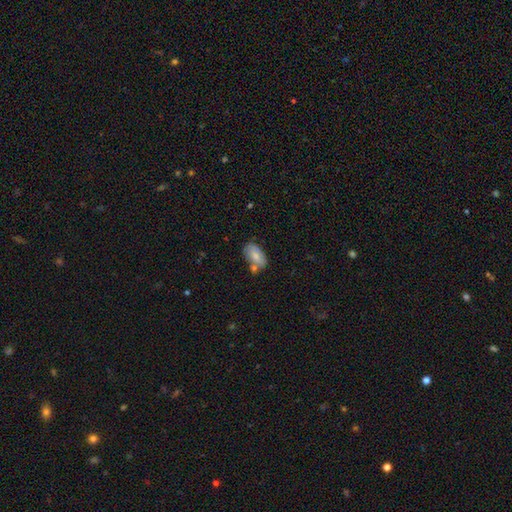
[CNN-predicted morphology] type=smooth (74%); roundness=in between (93%); merging=none (57%).